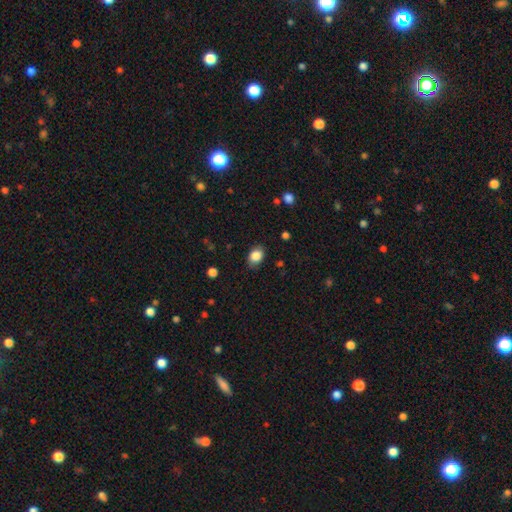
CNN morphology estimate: Smooth or featured? smooth (86%)
How rounded? in between (67%)
Merging? none (81%)